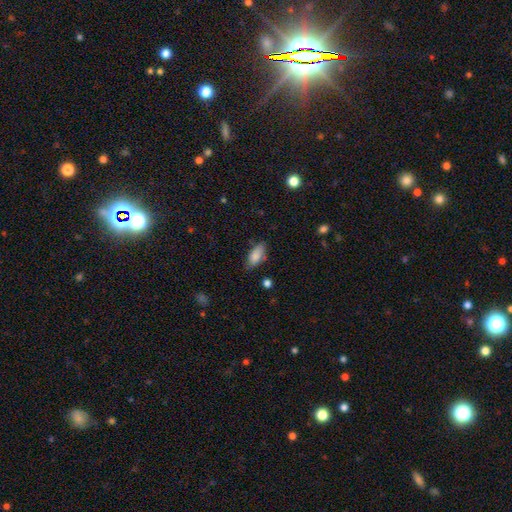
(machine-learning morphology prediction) smooth-or-featured: smooth: 83% | featured or disk: 10% | star or artifact: 7%
  how-rounded: in between: 86% | cigar-shaped: 11% | round: 3%
  merging: none: 72% | minor disturbance: 21% | major disturbance: 4% | merger: 2%